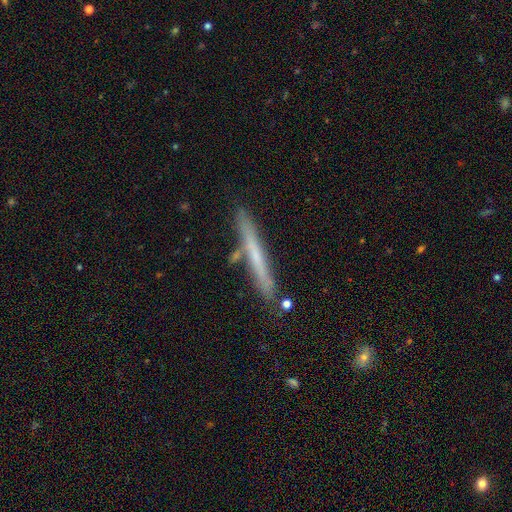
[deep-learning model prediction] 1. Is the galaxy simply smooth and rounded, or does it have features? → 51% smooth, 42% featured or disk, 7% star or artifact.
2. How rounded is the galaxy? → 97% cigar-shaped, 2% in between, 1% round.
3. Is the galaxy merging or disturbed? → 84% none, 10% minor disturbance, 4% merger, 2% major disturbance.